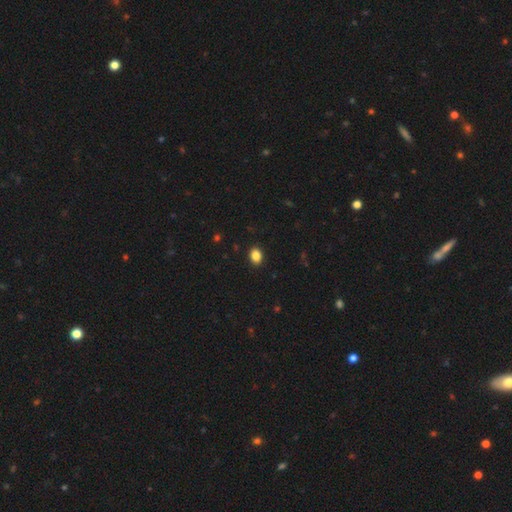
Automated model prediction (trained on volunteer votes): This appears to be a smooth galaxy with no disk features (87%) that is in between round and cigar-shaped (66%). Merging: none (91%).